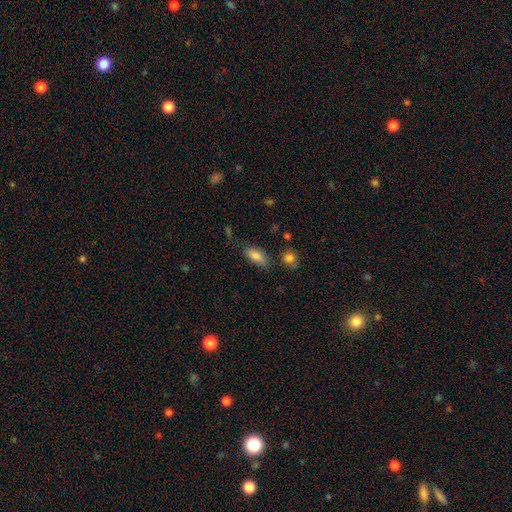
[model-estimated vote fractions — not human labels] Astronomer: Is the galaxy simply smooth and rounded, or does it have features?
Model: smooth — 83%.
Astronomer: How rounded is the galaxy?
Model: in between — 87%.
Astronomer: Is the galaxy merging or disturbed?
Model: none — 70%.